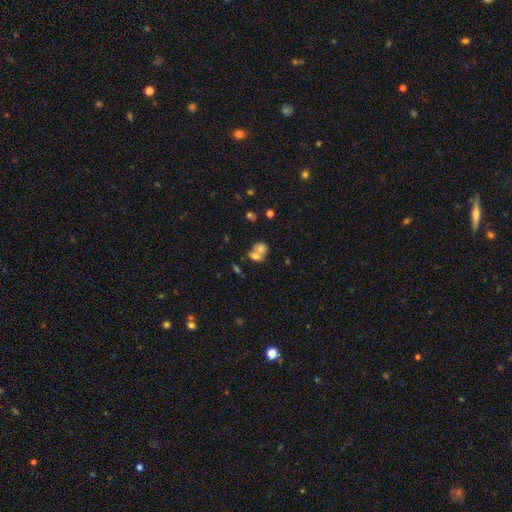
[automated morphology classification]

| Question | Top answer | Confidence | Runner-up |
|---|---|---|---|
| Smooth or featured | smooth | 70% | featured or disk (18%) |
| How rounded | in between | 51% | round (47%) |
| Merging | merger | 65% | none (23%) |